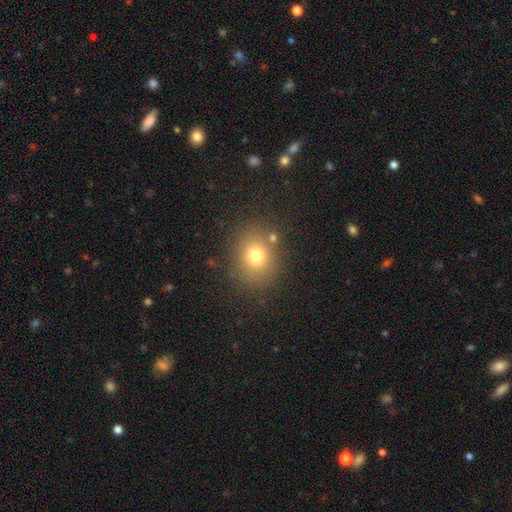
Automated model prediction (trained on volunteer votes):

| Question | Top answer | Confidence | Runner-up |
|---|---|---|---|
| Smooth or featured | smooth | 74% | star or artifact (16%) |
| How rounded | round | 63% | in between (36%) |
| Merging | none | 82% | minor disturbance (10%) |